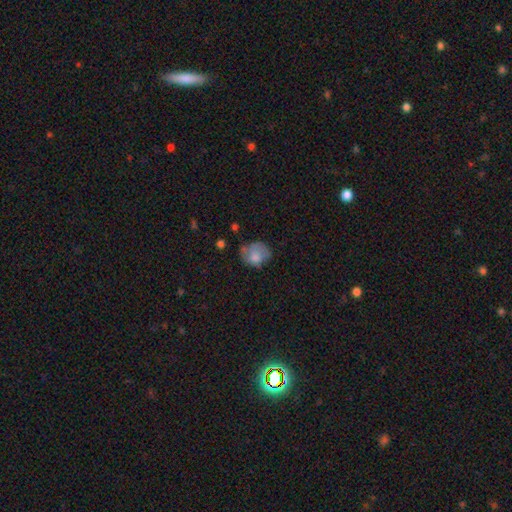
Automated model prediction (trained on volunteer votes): smooth-or-featured: smooth: 70% | featured or disk: 21% | star or artifact: 9%
  how-rounded: round: 58% | in between: 42% | cigar-shaped: 1%
  merging: none: 44% | minor disturbance: 33% | major disturbance: 19% | merger: 4%